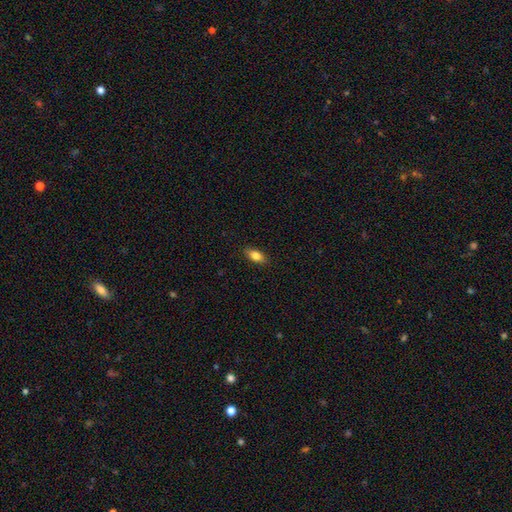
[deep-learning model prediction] Smooth or featured? Predicted: smooth (p=0.80). How rounded? Predicted: in between (p=0.86). Merging? Predicted: none (p=0.88).